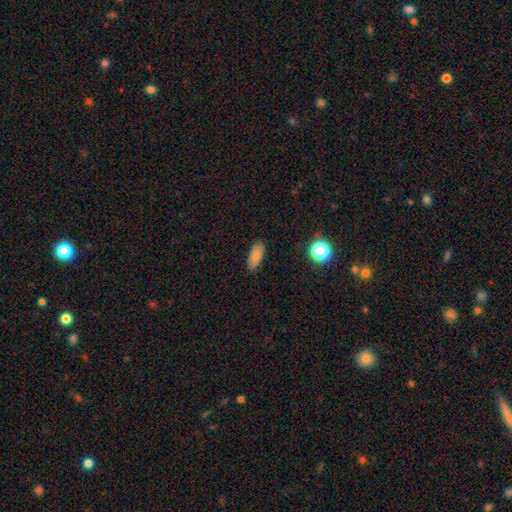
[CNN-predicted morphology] smooth 81%, featured or disk 10%, star or artifact 9%. Down the decision tree: how rounded — in between (78%); merging — none (87%).